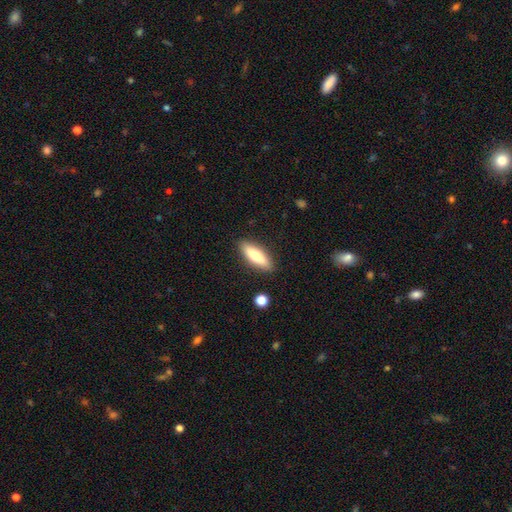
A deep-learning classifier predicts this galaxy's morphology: smooth-or-featured: smooth: 72% | featured or disk: 22% | star or artifact: 6%
  how-rounded: cigar-shaped: 50% | in between: 48% | round: 2%
  merging: none: 87% | minor disturbance: 9% | major disturbance: 2% | merger: 2%